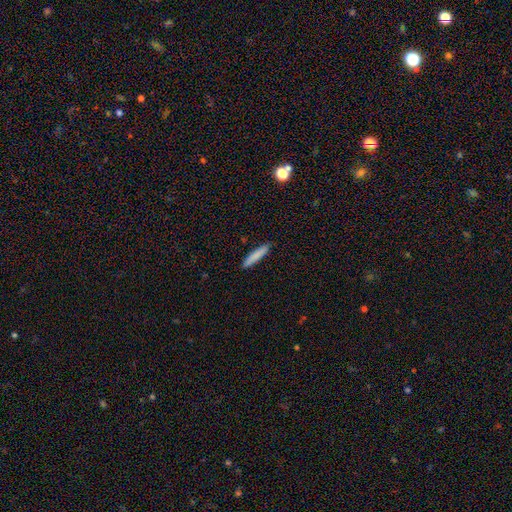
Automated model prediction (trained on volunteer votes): The model was most divided on "smooth or featured": smooth: 83%, featured or disk: 11%, star or artifact: 6%. More confident: how rounded — cigar-shaped (89%); merging — none (89%).